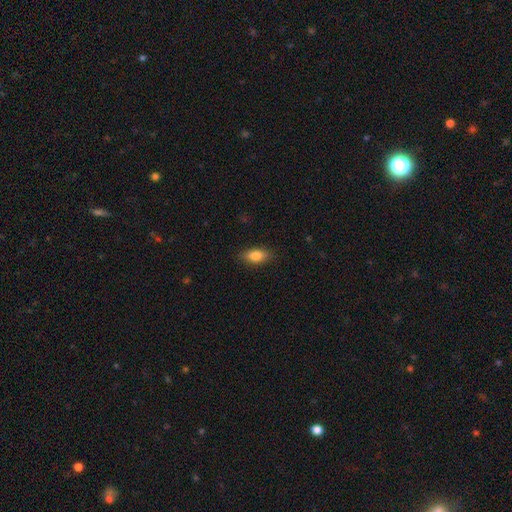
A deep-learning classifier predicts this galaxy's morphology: type=smooth (84%); roundness=in between (87%); merging=none (86%).